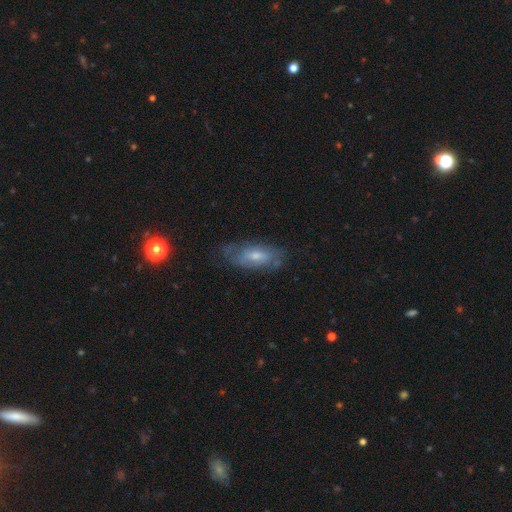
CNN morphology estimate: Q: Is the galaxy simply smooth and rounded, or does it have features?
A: featured or disk — 58%.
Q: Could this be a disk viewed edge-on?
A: no — 84%.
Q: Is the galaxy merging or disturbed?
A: none — 67%.